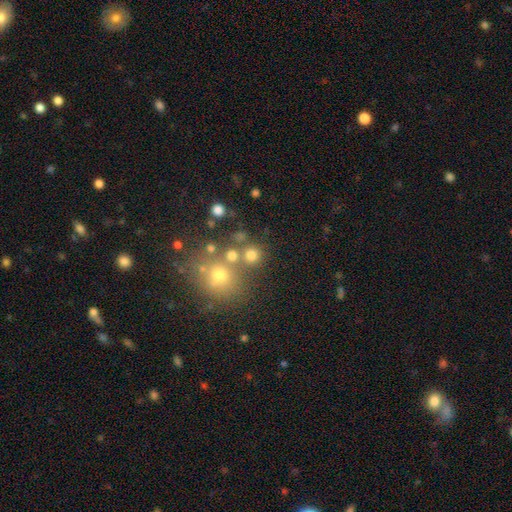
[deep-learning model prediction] Q: Smooth or featured?
A: smooth (49%); runner-up: star or artifact (37%)
Q: Merging?
A: none (59%); runner-up: merger (26%)